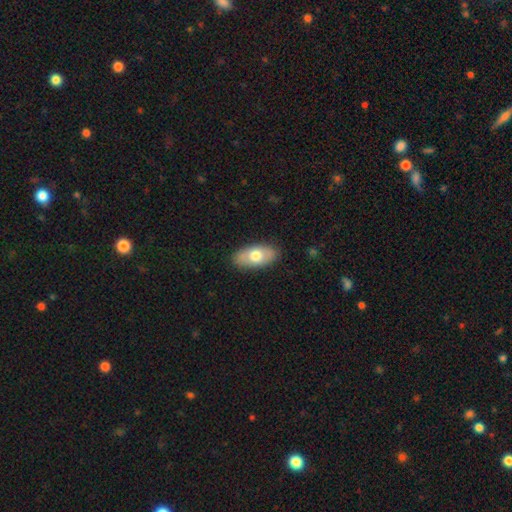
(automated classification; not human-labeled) smooth 68%, featured or disk 26%, star or artifact 6%. Down the decision tree: how rounded — in between (91%); merging — none (86%).